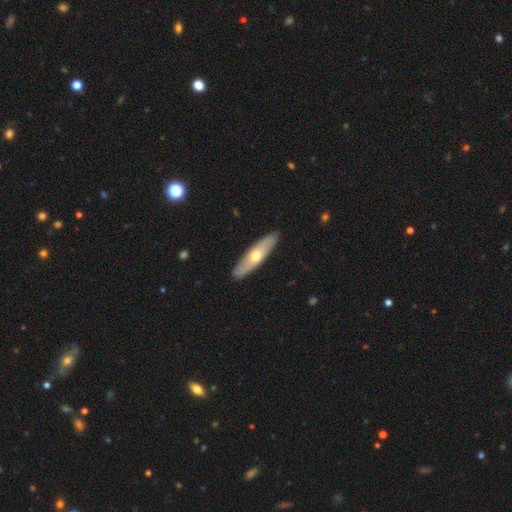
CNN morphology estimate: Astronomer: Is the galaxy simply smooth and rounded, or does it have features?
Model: featured or disk — 50% (runner-up: smooth, 44%).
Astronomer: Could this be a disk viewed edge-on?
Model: yes — 59% (runner-up: no, 41%).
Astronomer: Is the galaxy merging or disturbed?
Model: none — 89%.